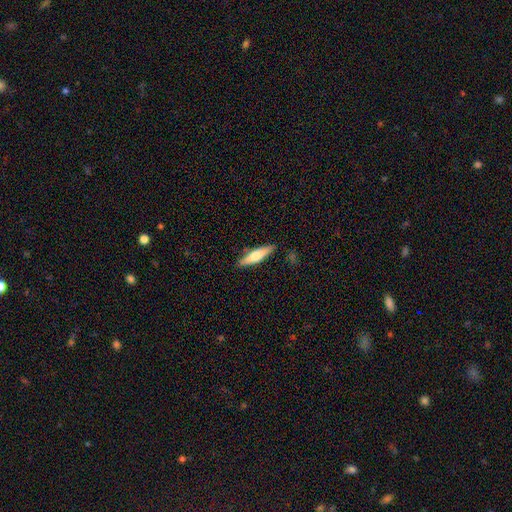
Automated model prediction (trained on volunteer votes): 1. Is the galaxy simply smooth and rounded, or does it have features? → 64% smooth, 31% featured or disk, 6% star or artifact.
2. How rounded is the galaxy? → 72% cigar-shaped, 27% in between, 2% round.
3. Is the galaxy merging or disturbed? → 86% none, 10% minor disturbance, 2% major disturbance, 2% merger.